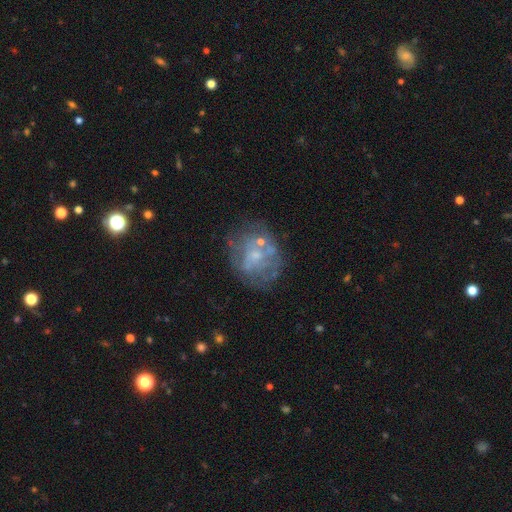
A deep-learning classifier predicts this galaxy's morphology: Smooth or featured? Predicted: featured or disk (p=0.63). Edge-on disk? Predicted: no (p=0.98). Bar? Predicted: no (p=0.81). Spiral arms? Predicted: no (p=0.70). Bulge size? Predicted: small (p=0.48). Merging? Predicted: none (p=0.55).